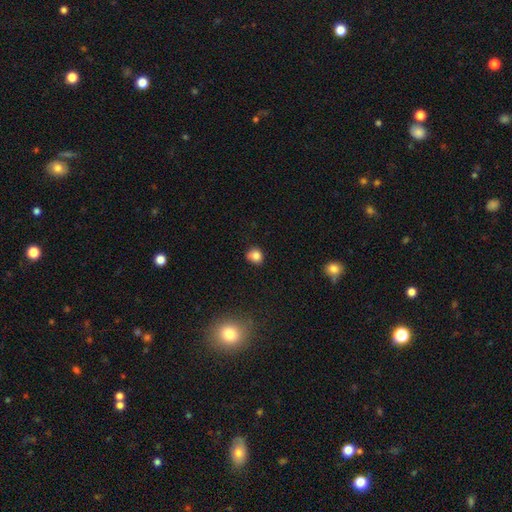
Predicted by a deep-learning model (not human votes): Smooth or featured? Predicted: smooth (p=0.82). How rounded? Predicted: round (p=0.71). Merging? Predicted: none (p=0.71).